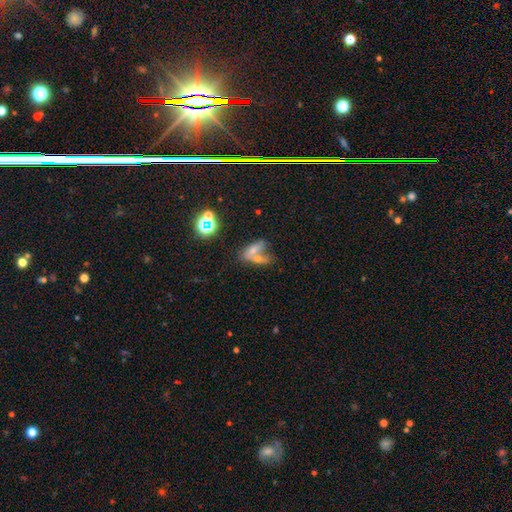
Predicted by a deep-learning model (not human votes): This appears to be a smooth galaxy with no disk features (58%) that is in between round and cigar-shaped (69%). Merging: merger (55%).